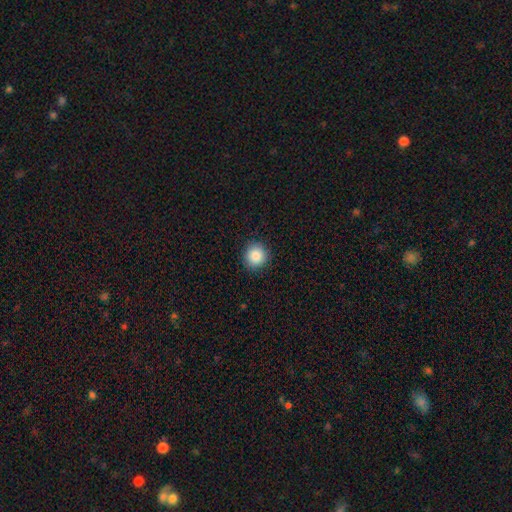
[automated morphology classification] Q: Smooth or featured?
A: smooth (87%); runner-up: star or artifact (9%)
Q: How rounded?
A: round (93%); runner-up: in between (6%)
Q: Merging?
A: none (91%); runner-up: minor disturbance (6%)